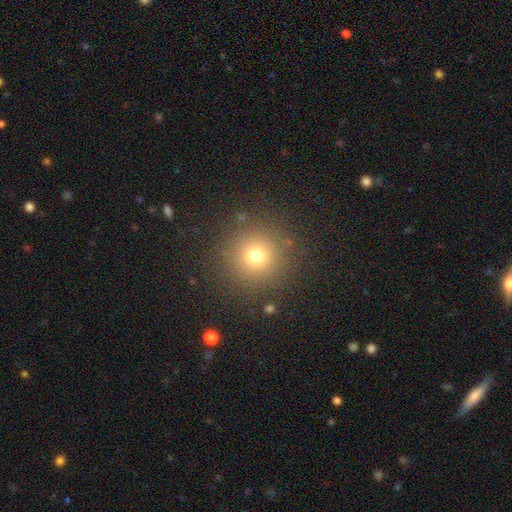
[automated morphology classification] The model was most divided on "smooth or featured": smooth: 71%, star or artifact: 20%, featured or disk: 9%. More confident: how rounded — round (95%); merging — none (88%).